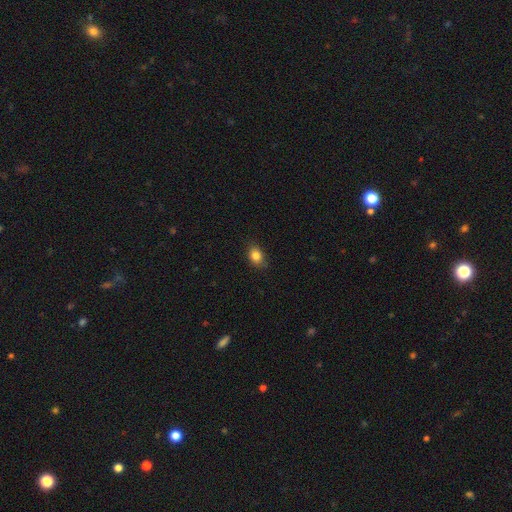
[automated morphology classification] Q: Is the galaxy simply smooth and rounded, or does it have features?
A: smooth — 84%.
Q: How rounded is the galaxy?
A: in between — 65%.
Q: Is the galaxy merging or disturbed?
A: none — 79%.